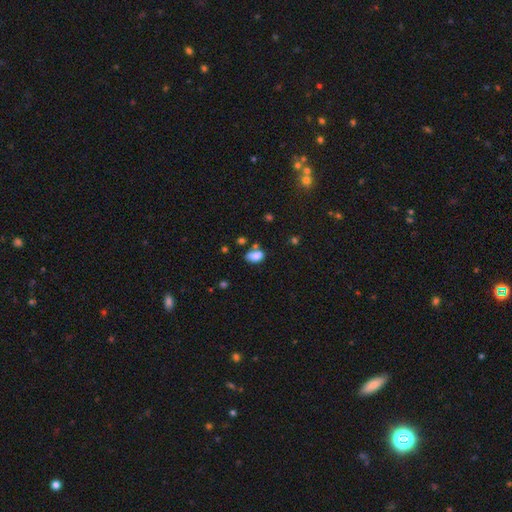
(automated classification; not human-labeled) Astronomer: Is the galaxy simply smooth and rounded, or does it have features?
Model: smooth — 83%.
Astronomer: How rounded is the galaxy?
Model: in between — 87%.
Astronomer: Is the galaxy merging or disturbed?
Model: none — 51%.